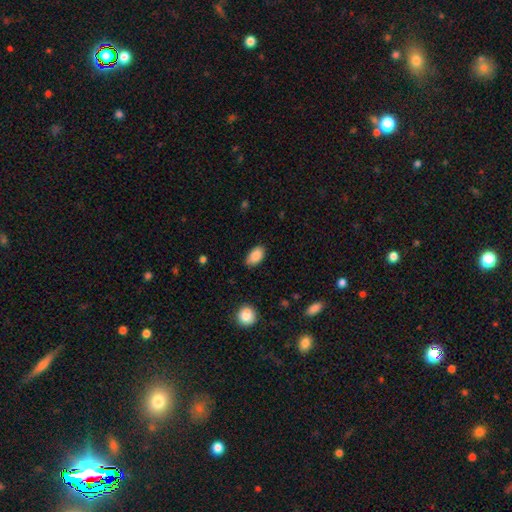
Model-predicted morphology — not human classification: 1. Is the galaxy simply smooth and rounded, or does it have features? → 88% smooth, 7% star or artifact, 5% featured or disk.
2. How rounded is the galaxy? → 93% in between, 5% round, 2% cigar-shaped.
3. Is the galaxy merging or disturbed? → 82% none, 15% minor disturbance, 3% major disturbance, 1% merger.